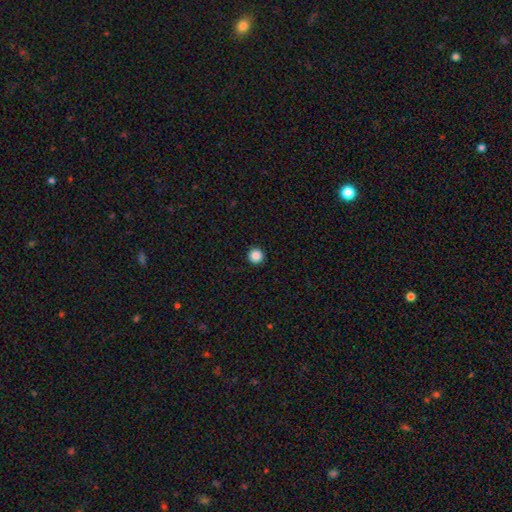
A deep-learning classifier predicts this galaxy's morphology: Smooth or featured: smooth — 87% (star or artifact — 10%)
How rounded: round — 97% (in between — 2%)
Merging: none — 94% (minor disturbance — 4%)